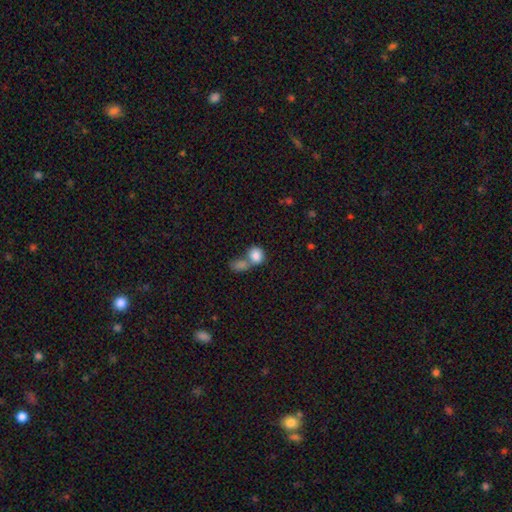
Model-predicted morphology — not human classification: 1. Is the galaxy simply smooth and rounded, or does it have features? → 84% smooth, 8% star or artifact, 8% featured or disk.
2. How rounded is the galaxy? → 59% round, 40% in between, 1% cigar-shaped.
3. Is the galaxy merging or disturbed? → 55% merger, 31% none, 8% minor disturbance, 5% major disturbance.